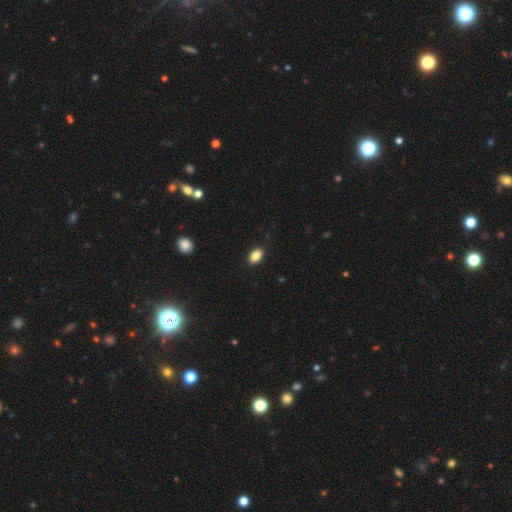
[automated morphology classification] Smooth or featured: smooth — 86% (star or artifact — 8%)
How rounded: in between — 87% (round — 11%)
Merging: none — 89% (minor disturbance — 8%)